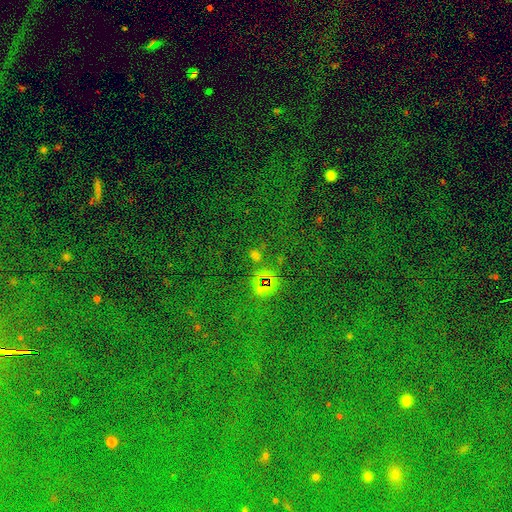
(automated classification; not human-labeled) smooth-or-featured: star or artifact: 60% | smooth: 32% | featured or disk: 8%